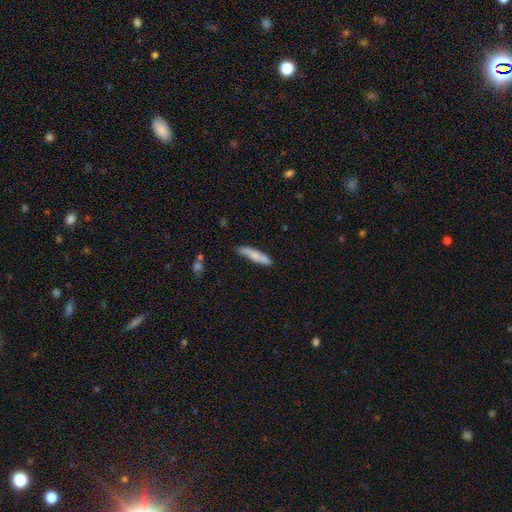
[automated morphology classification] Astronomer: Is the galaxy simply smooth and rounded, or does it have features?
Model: smooth — 72%.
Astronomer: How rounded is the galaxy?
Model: cigar-shaped — 86%.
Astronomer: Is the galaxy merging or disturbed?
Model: none — 75%.